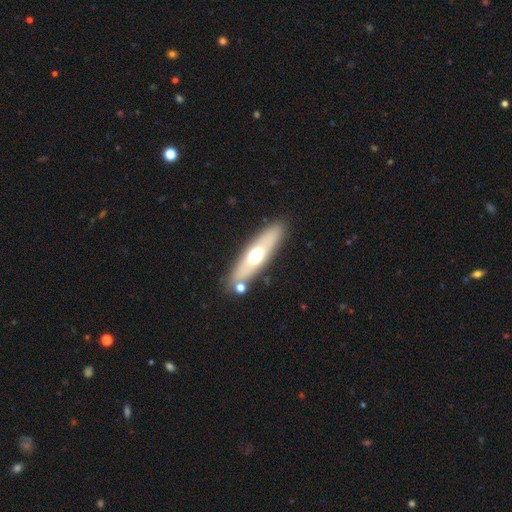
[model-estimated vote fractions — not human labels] A smooth galaxy with no disk features (51%) that is cigar-shaped (59%). Merging: none (81%).